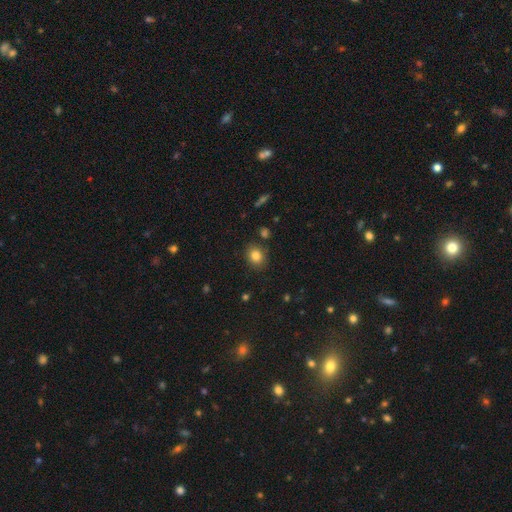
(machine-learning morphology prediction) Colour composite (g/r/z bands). It shows a smooth galaxy with no disk features (83%) that is round (63%). Merging: none (85%).